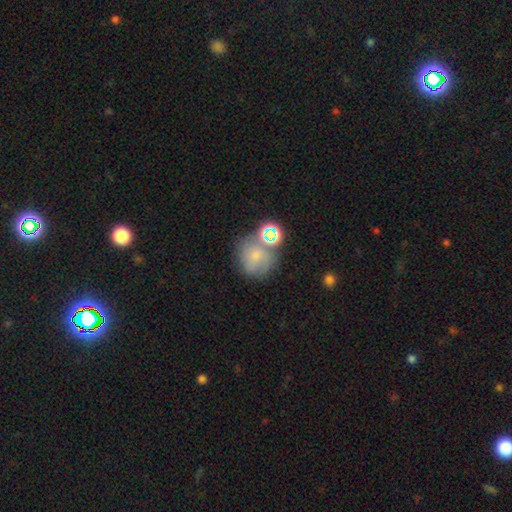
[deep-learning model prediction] Overall: smooth (57%; featured or disk 23%). How rounded: round (77%). Merging: none (46%; merger 25%).